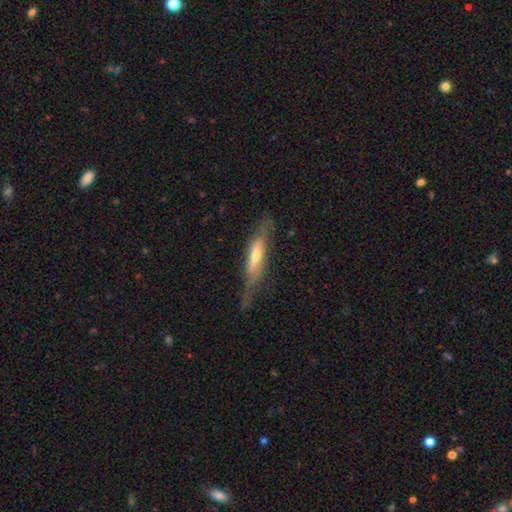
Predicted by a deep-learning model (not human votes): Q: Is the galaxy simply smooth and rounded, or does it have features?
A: featured or disk — 63%.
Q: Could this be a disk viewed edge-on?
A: yes — 73%.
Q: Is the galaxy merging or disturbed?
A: none — 61%.